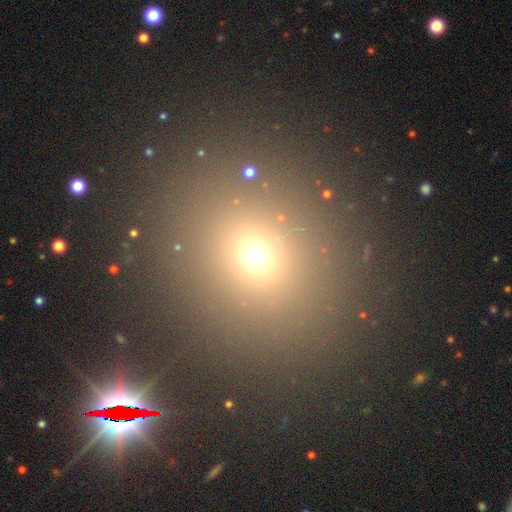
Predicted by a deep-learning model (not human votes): Smooth or featured: smooth — 64% (star or artifact — 27%)
How rounded: round — 73% (in between — 25%)
Merging: none — 84% (minor disturbance — 7%)